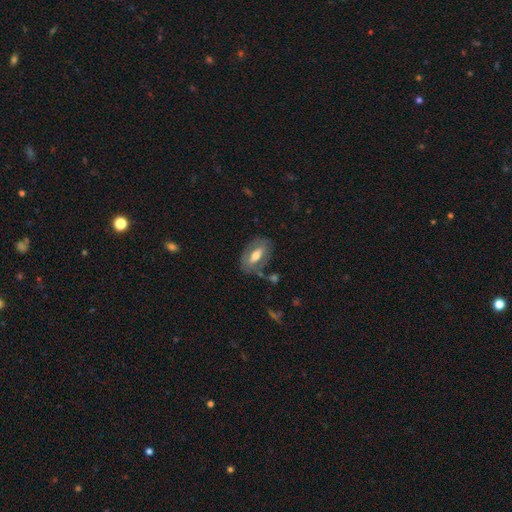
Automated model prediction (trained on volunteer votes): smooth 51%, featured or disk 42%, star or artifact 7%. Down the decision tree: how rounded — in between (88%); merging — none (68%).